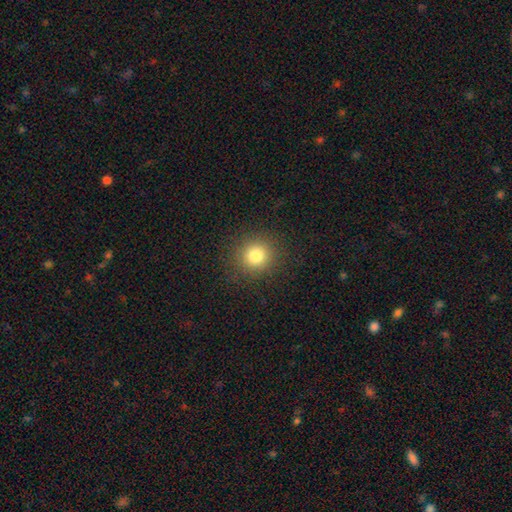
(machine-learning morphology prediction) Smooth or featured: smooth — 80% (star or artifact — 13%)
How rounded: round — 91% (in between — 8%)
Merging: none — 89% (minor disturbance — 7%)